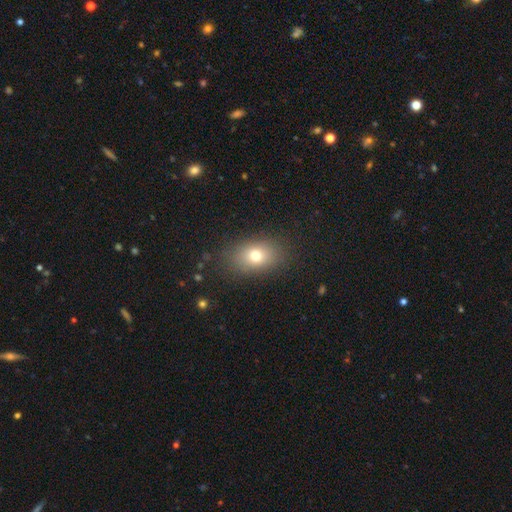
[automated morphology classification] type=smooth (73%); roundness=in between (74%); merging=none (84%).